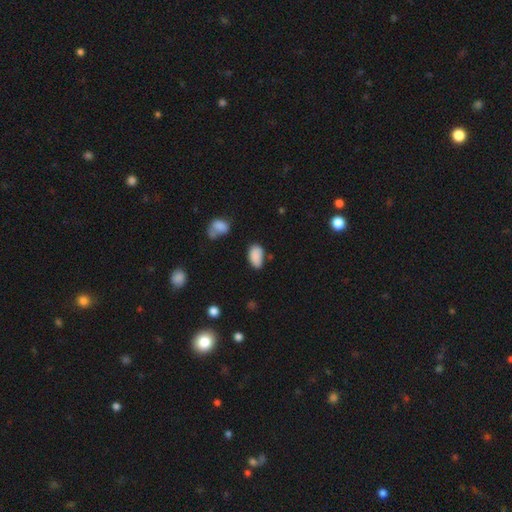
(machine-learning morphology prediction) smooth-or-featured: smooth: 87% | star or artifact: 8% | featured or disk: 5%
  how-rounded: in between: 94% | round: 5% | cigar-shaped: 2%
  merging: none: 65% | minor disturbance: 25% | major disturbance: 5% | merger: 5%